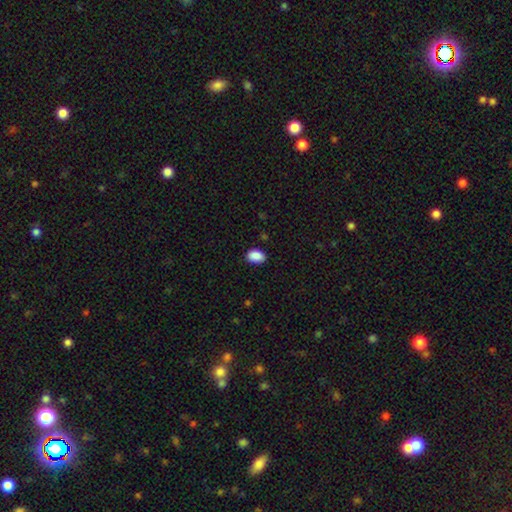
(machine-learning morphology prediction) This is clearly a smooth galaxy (90%). How rounded: clearly in between (85%). Merging: clearly none (87%).